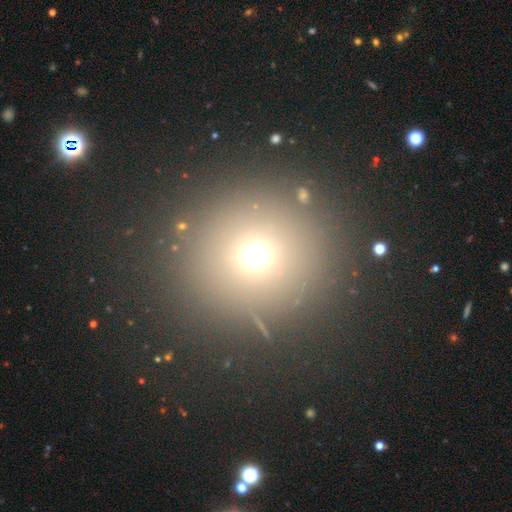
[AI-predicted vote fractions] smooth_or_featured: smooth (p=0.65) [alt: star or artifact p=0.27]
how_rounded: round (p=0.92) [alt: in between p=0.07]
merging: none (p=0.87) [alt: minor disturbance p=0.06]